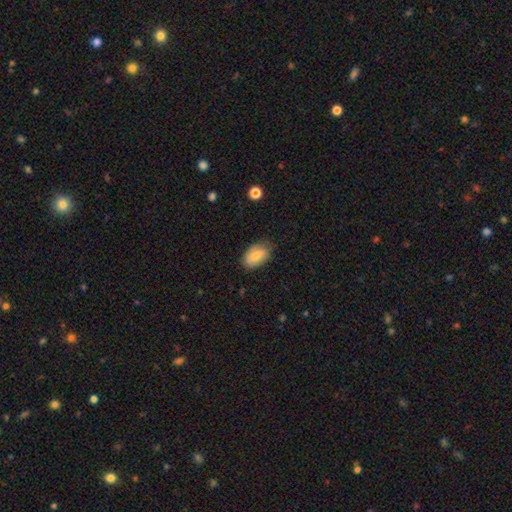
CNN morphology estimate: Smooth or featured: smooth — 78% (featured or disk — 15%)
How rounded: in between — 91% (round — 8%)
Merging: none — 75% (minor disturbance — 20%)